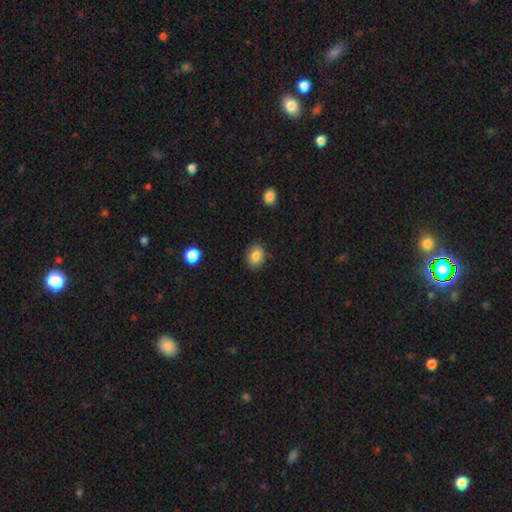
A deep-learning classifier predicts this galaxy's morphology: type=smooth (85%); roundness=in between (57%); merging=none (84%).